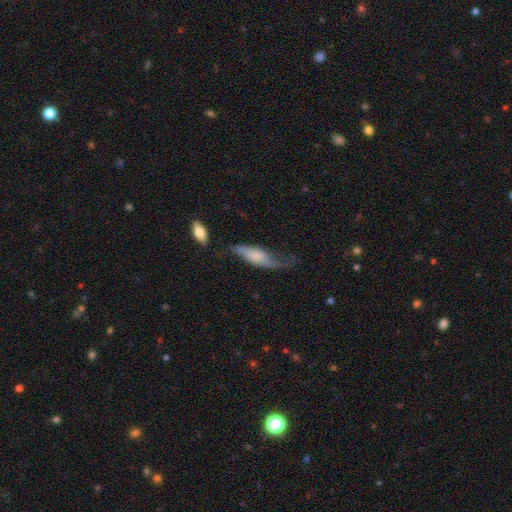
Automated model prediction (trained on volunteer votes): smooth_or_featured: smooth (p=0.47) [alt: featured or disk p=0.46]
merging: none (p=0.33) [alt: major disturbance p=0.32]